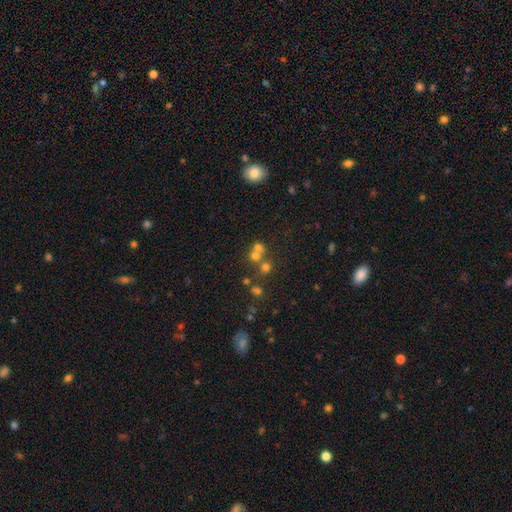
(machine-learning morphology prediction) Overall: smooth (59%; star or artifact 24%). How rounded: round (86%). Merging: merger (46%; none 44%).